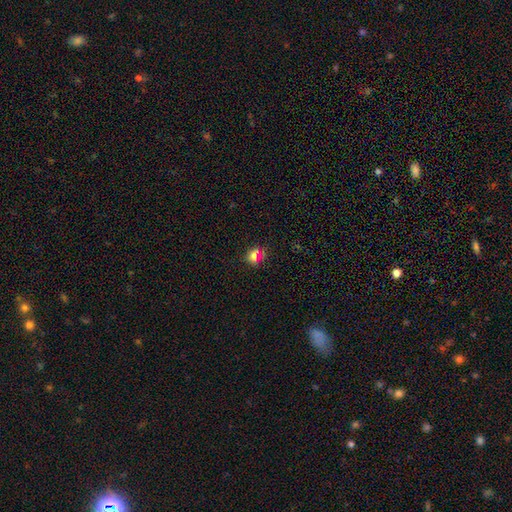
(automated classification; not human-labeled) Smooth or featured? Predicted: smooth (p=0.70). How rounded? Predicted: round (p=0.70). Merging? Predicted: none (p=0.80).